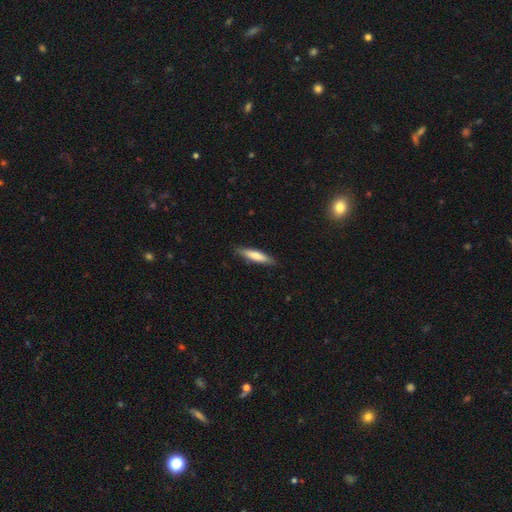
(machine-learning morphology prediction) This appears to be a smooth galaxy with no disk features (71%) that is cigar-shaped (79%). Merging: none (87%).